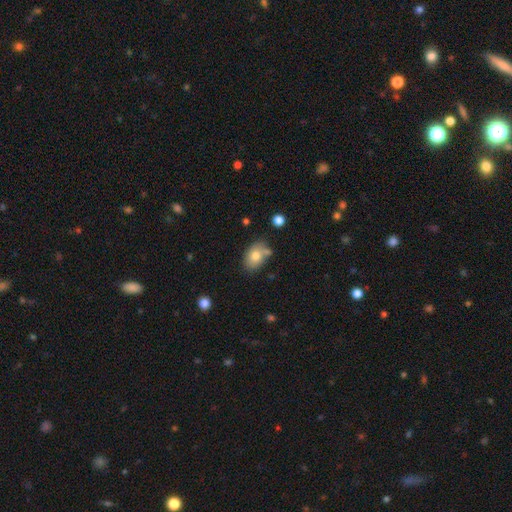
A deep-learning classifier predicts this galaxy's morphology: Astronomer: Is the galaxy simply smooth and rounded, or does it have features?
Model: smooth — 76%.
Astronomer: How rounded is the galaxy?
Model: in between — 80%.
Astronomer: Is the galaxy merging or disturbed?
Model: none — 62%.